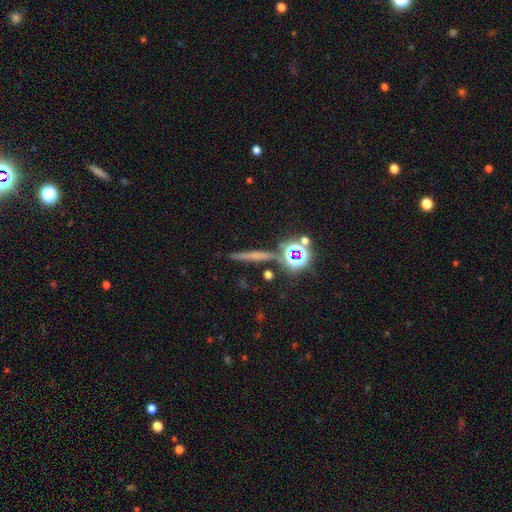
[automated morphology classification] smooth 40%, featured or disk 30%, star or artifact 29%. Down the decision tree: merging — none (83%).